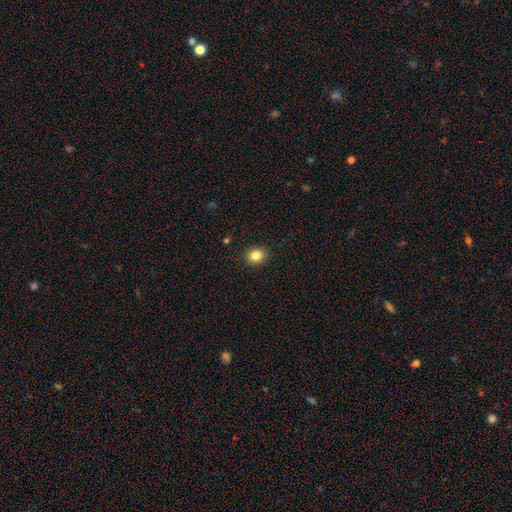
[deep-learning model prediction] A smooth galaxy with no disk features (83%) that is round (70%). Merging: none (91%).